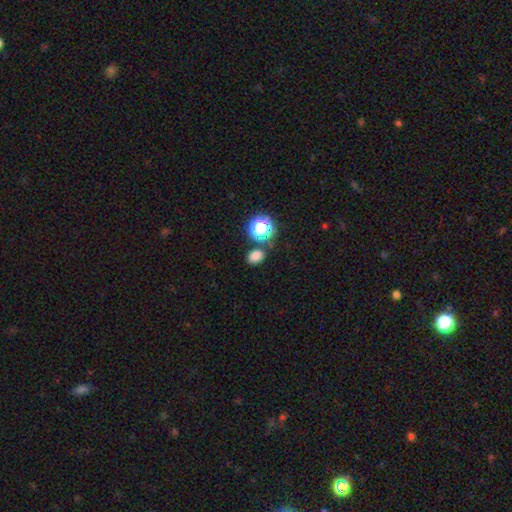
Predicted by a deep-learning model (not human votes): The model was most divided on "how rounded": in between: 63%, round: 36%, cigar-shaped: 1%. More confident: merging — none (78%); smooth or featured — smooth (77%).